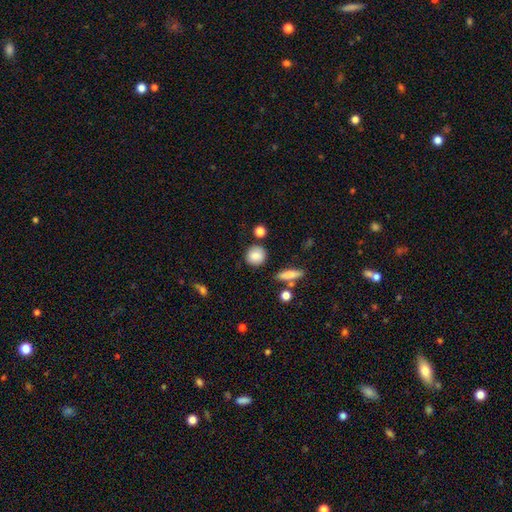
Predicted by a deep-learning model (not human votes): smooth 83%, featured or disk 9%, star or artifact 9%. Down the decision tree: how rounded — round (85%); merging — none (83%).